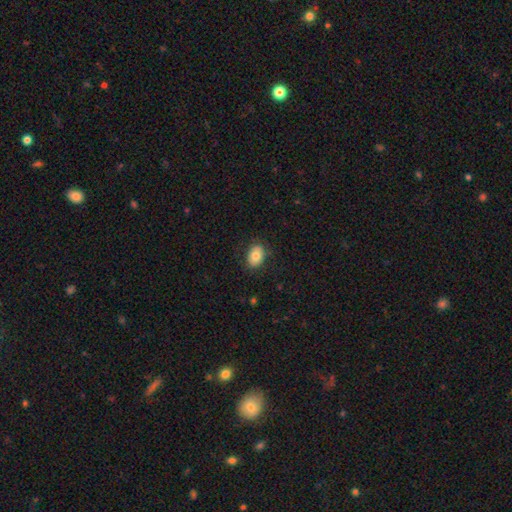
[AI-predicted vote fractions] Overall: smooth (80%). How rounded: in between (81%). Merging: none (84%).